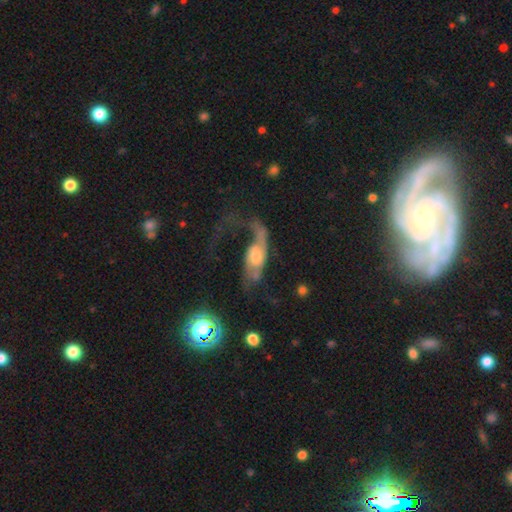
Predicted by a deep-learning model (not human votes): Overall: featured or disk (67%). Edge-on disk: no (88%). Bar: no (65%; weak 27%). Spiral arms: yes (81%). Bulge size: moderate (44%; small 31%). Merging: major disturbance (53%; none 26%).